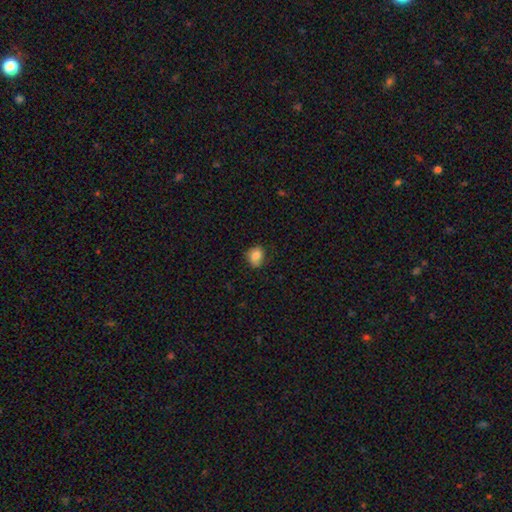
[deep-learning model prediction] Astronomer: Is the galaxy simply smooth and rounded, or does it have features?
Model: smooth — 77%.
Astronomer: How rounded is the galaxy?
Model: round — 59% (runner-up: in between, 40%).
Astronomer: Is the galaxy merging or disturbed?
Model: none — 69%.